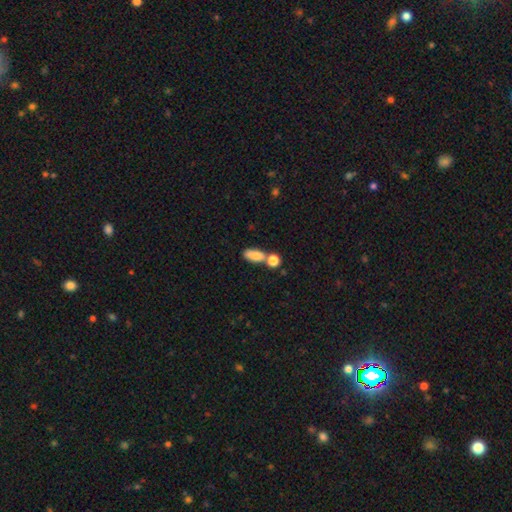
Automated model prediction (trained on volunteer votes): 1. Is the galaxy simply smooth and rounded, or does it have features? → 80% smooth, 11% featured or disk, 9% star or artifact.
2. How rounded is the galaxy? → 78% in between, 13% cigar-shaped, 9% round.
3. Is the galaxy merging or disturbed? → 49% none, 33% merger, 13% minor disturbance, 5% major disturbance.